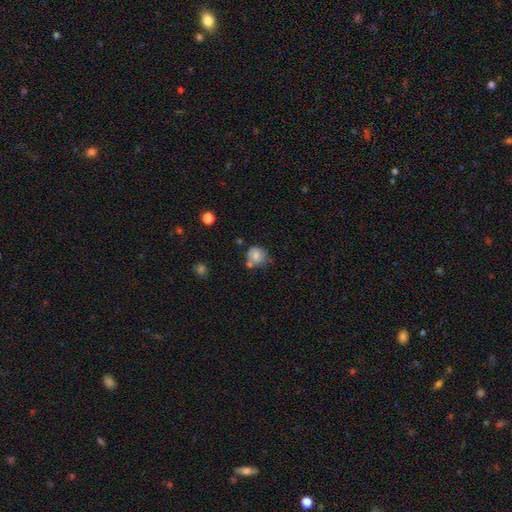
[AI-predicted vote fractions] smooth 76%, featured or disk 14%, star or artifact 9%. Down the decision tree: how rounded — round (77%); merging — none (52%).